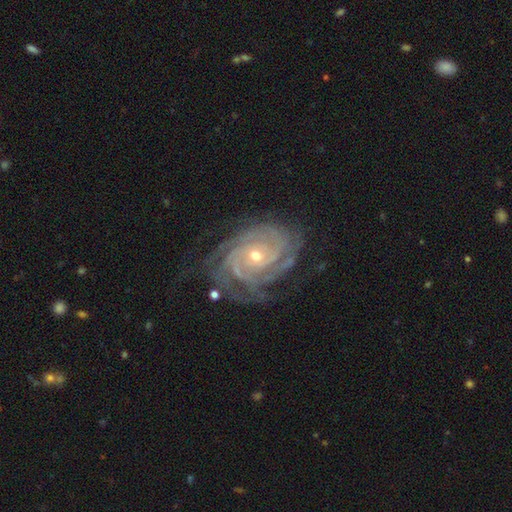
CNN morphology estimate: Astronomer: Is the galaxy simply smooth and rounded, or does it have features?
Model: featured or disk — 91%.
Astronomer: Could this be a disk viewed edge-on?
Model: no — 97%.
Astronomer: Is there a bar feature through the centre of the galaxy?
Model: no — 71%.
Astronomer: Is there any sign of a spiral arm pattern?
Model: yes — 98%.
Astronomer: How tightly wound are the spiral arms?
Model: tight — 80%.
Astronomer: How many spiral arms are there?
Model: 4 — 26% (runner-up: 3, 21%).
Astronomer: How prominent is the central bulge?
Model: small — 59% (runner-up: moderate, 38%).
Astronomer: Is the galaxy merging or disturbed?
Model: none — 72%.